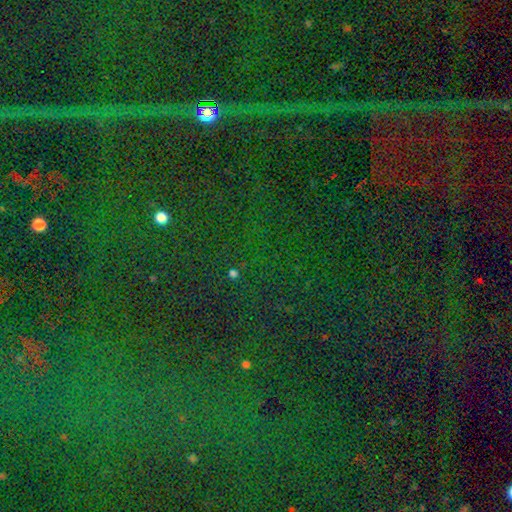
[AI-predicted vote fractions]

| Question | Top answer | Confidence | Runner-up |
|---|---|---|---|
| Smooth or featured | star or artifact | 82% | smooth (9%) |